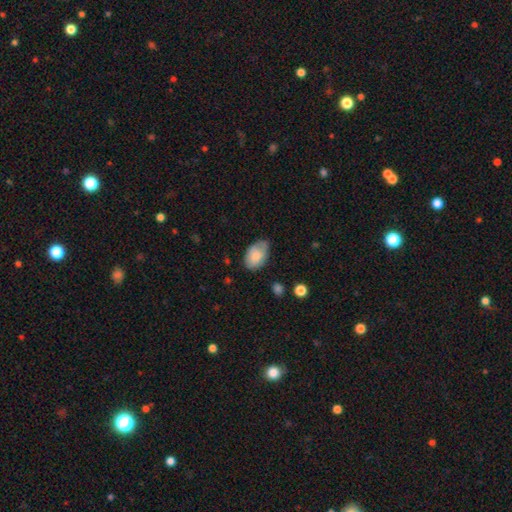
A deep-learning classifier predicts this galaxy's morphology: Overall: smooth (81%). How rounded: in between (90%). Merging: none (62%; minor disturbance 30%).